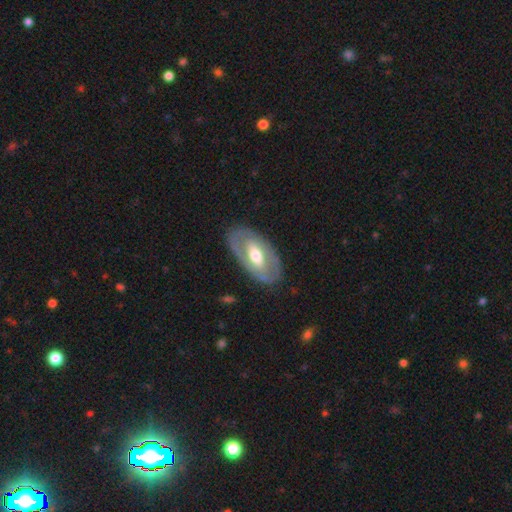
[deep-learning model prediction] This appears to be a featured or disk galaxy (58%) with no bar (43%), no spiral arms (74%) and a moderate central bulge (65%). Merging: none (81%).